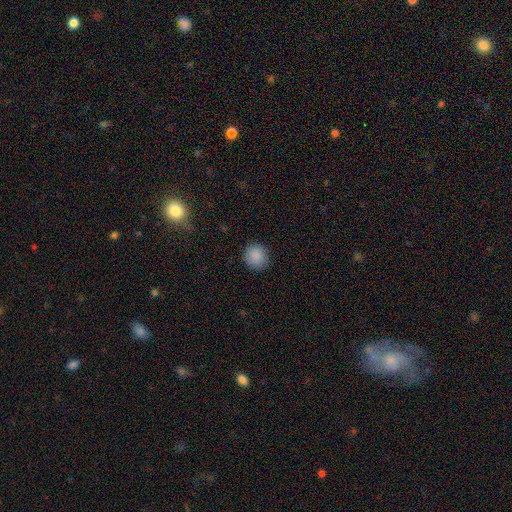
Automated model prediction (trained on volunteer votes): Q: Smooth or featured?
A: smooth (88%); runner-up: star or artifact (9%)
Q: How rounded?
A: round (89%); runner-up: in between (10%)
Q: Merging?
A: none (88%); runner-up: minor disturbance (9%)